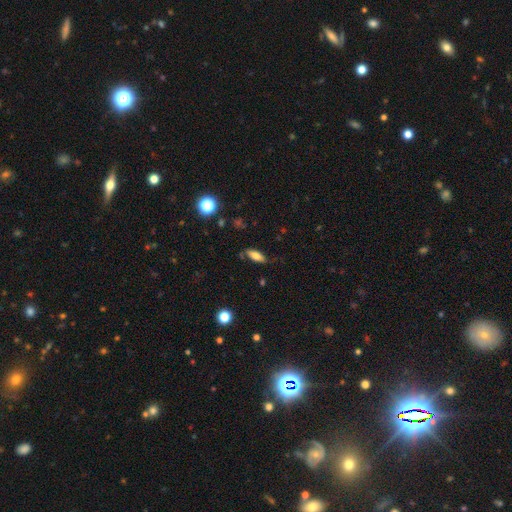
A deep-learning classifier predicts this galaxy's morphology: Q: Smooth or featured?
A: smooth (68%); runner-up: featured or disk (23%)
Q: How rounded?
A: in between (73%); runner-up: cigar-shaped (24%)
Q: Merging?
A: none (74%); runner-up: minor disturbance (19%)